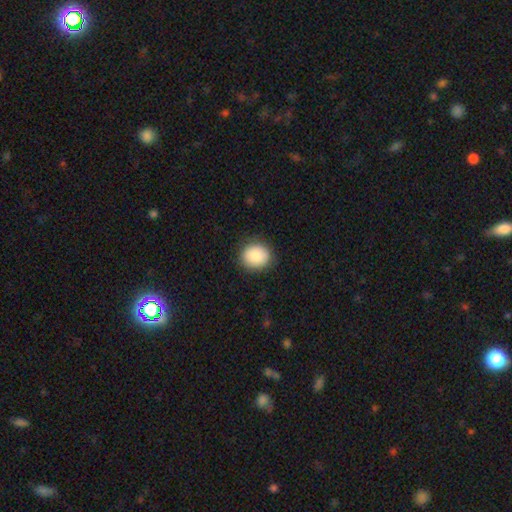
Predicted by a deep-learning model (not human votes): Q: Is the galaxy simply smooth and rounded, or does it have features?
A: smooth — 88%.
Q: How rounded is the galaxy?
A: round — 73%.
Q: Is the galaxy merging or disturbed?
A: none — 88%.